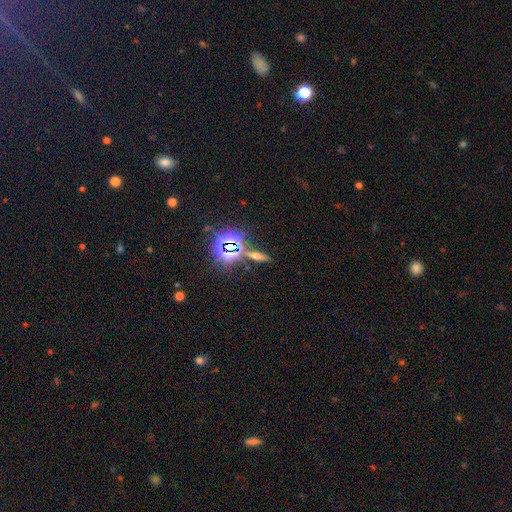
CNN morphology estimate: A star or artifact, not a galaxy (39%).